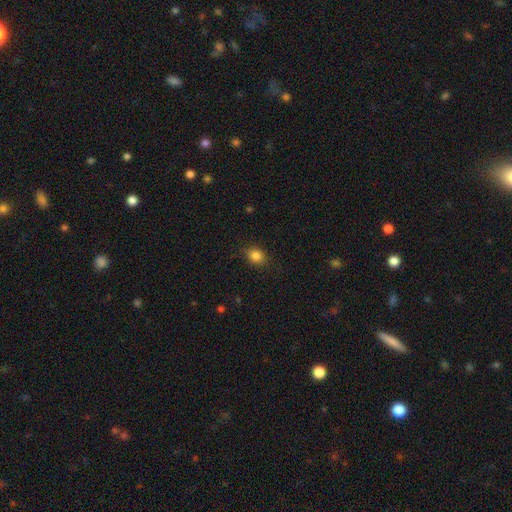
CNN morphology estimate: Overall: smooth (84%). How rounded: round (59%; in between 40%). Merging: none (85%).